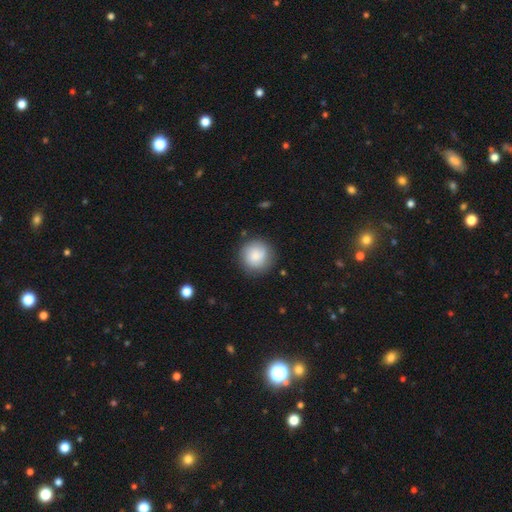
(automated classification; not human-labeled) Smooth or featured? Predicted: smooth (p=0.82). How rounded? Predicted: round (p=0.94). Merging? Predicted: none (p=0.84).